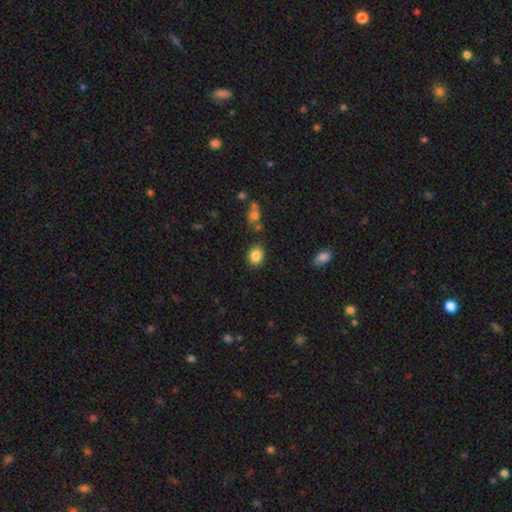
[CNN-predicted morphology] Q: Smooth or featured?
A: smooth (86%); runner-up: star or artifact (9%)
Q: How rounded?
A: round (51%); runner-up: in between (48%)
Q: Merging?
A: none (84%); runner-up: minor disturbance (10%)